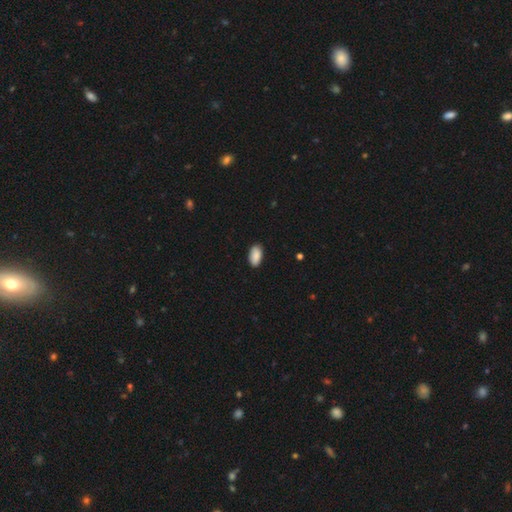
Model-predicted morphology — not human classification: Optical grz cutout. It shows a smooth galaxy with no disk features (90%) that is in between round and cigar-shaped (94%). Merging: none (88%).